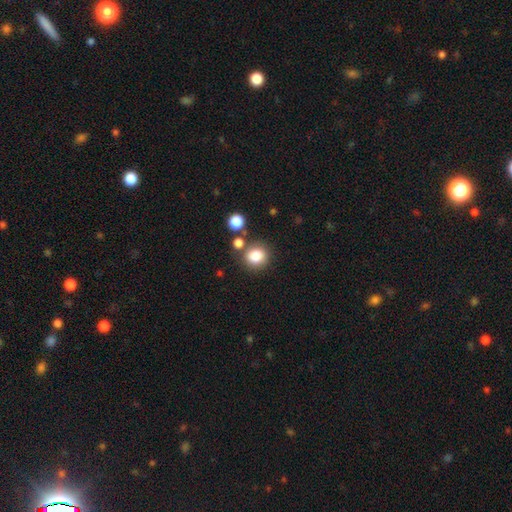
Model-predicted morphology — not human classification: The model was most divided on "merging": none: 76%, merger: 11%, minor disturbance: 10%, major disturbance: 3%. More confident: how rounded — round (85%); smooth or featured — smooth (82%).